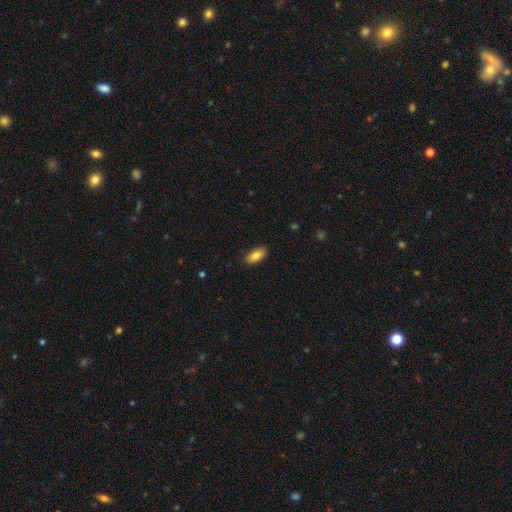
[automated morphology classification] Smooth or featured? smooth (84%)
How rounded? in between (87%)
Merging? none (88%)